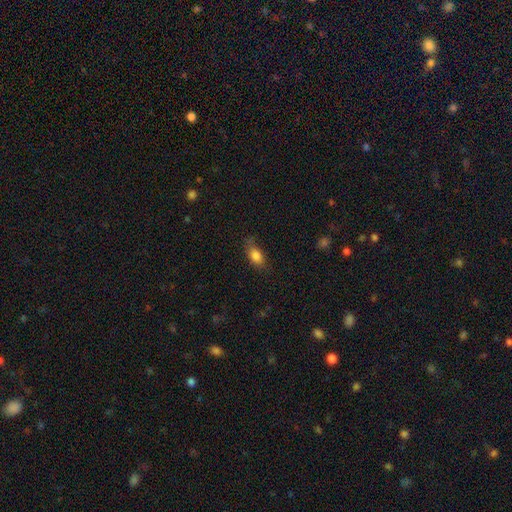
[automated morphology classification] Smooth or featured? smooth (84%)
How rounded? in between (83%)
Merging? none (67%)